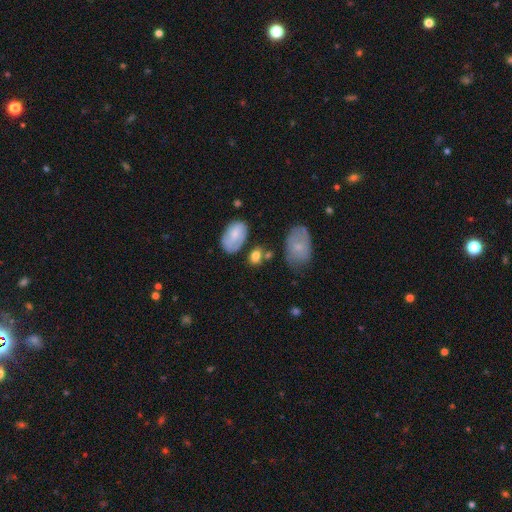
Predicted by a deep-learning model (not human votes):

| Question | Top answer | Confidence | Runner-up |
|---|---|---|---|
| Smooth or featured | smooth | 75% | featured or disk (16%) |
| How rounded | in between | 74% | round (24%) |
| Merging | none | 60% | minor disturbance (21%) |